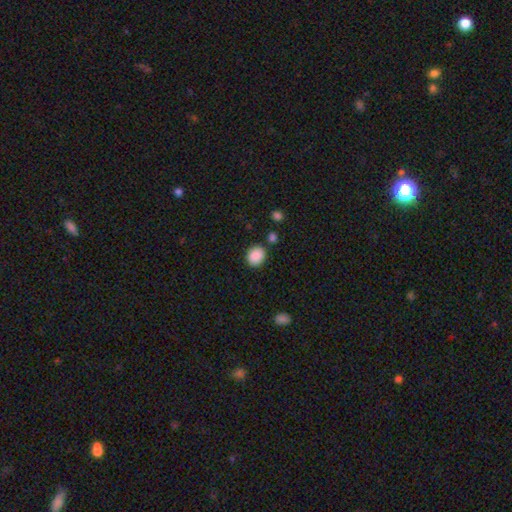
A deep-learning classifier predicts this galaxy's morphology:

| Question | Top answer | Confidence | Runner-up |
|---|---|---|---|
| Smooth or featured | smooth | 89% | star or artifact (8%) |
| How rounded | round | 70% | in between (29%) |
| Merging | none | 83% | minor disturbance (10%) |